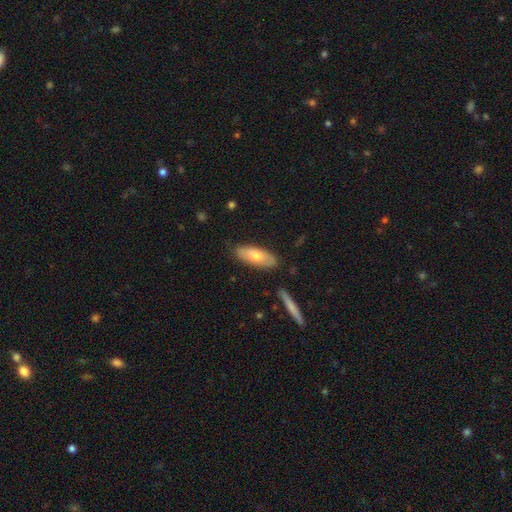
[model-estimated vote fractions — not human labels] Smooth or featured? Predicted: smooth (p=0.71). How rounded? Predicted: in between (p=0.73). Merging? Predicted: none (p=0.81).